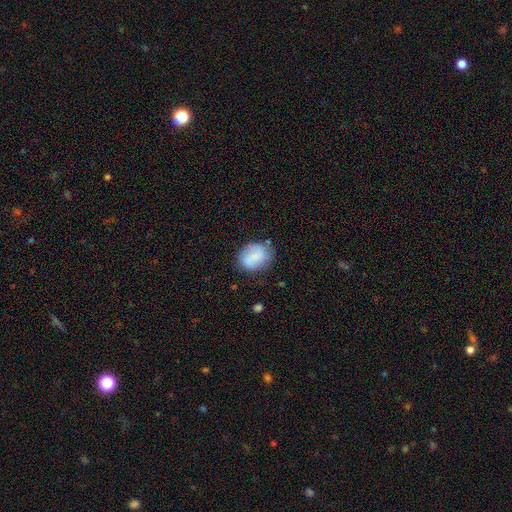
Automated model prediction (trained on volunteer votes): smooth 70%, featured or disk 22%, star or artifact 8%. Down the decision tree: how rounded — in between (52%); merging — none (67%).